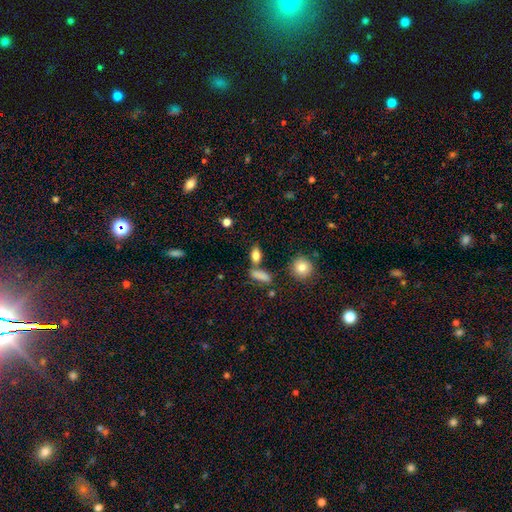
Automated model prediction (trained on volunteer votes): This is clearly a smooth galaxy (82%). How rounded: likely in between (78%). Merging: likely none (61%).